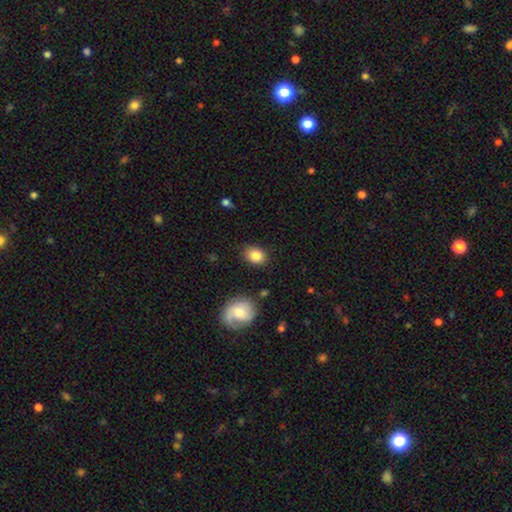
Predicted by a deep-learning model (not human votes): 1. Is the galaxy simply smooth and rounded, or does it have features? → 84% smooth, 8% star or artifact, 8% featured or disk.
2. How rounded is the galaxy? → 63% in between, 36% round, 1% cigar-shaped.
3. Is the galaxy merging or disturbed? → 84% none, 11% minor disturbance, 3% major disturbance, 2% merger.